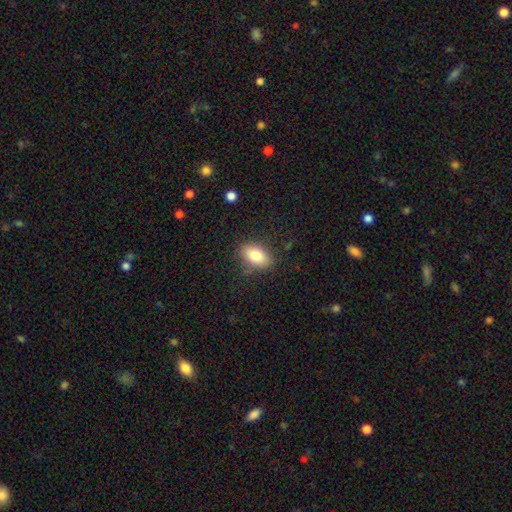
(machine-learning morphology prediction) Smooth or featured?
  - smooth: 81% *
  - featured or disk: 12%
  - star or artifact: 8%
How rounded?
  - in between: 87% *
  - round: 11%
  - cigar-shaped: 2%
Merging?
  - none: 82% *
  - minor disturbance: 13%
  - major disturbance: 4%
  - merger: 1%